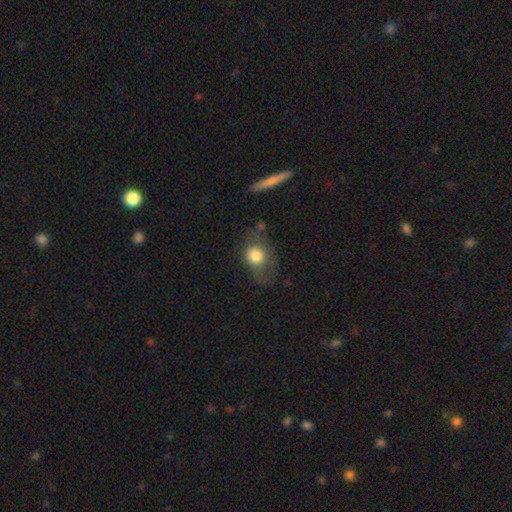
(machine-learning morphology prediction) This is likely a smooth galaxy (76%). How rounded: possibly round (52%). Merging: possibly none (47%).